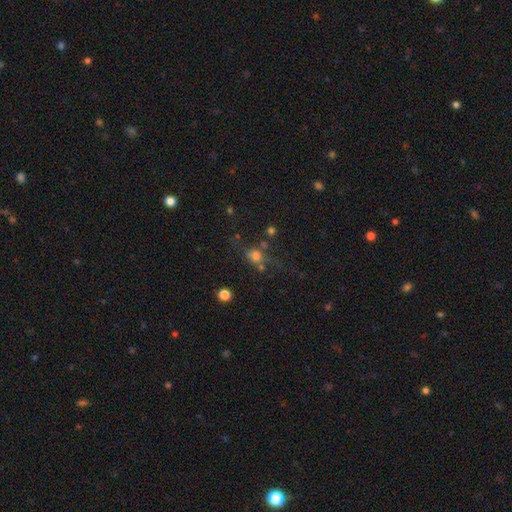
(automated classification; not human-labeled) Smooth or featured? Predicted: smooth (p=0.69). How rounded? Predicted: round (p=0.62). Merging? Predicted: none (p=0.50).